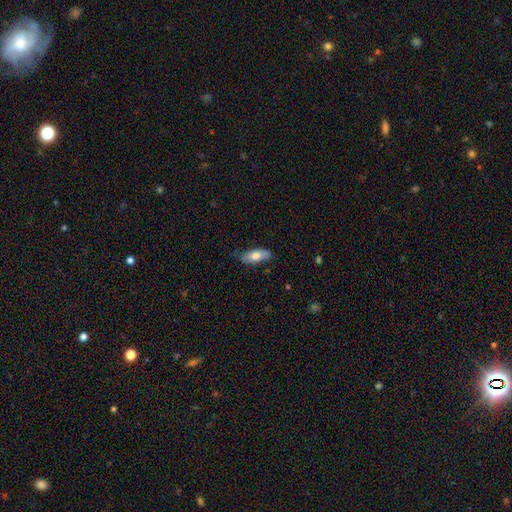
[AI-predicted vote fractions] Morphology: type=smooth (73%); roundness=in between (77%); merging=none (76%).